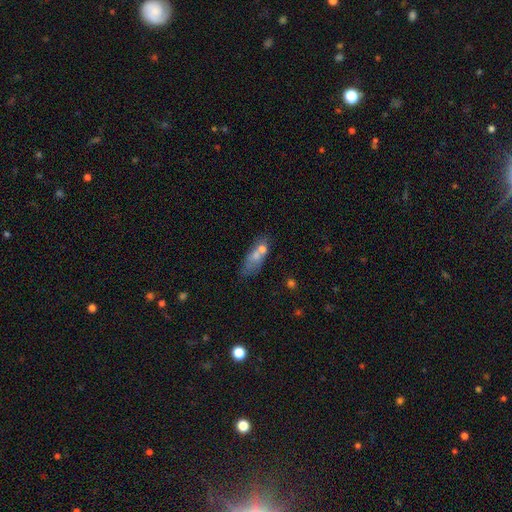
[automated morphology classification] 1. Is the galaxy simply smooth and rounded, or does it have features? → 59% smooth, 26% featured or disk, 15% star or artifact.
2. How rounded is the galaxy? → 61% in between, 29% cigar-shaped, 10% round.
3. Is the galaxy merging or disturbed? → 43% none, 26% merger, 18% minor disturbance, 12% major disturbance.